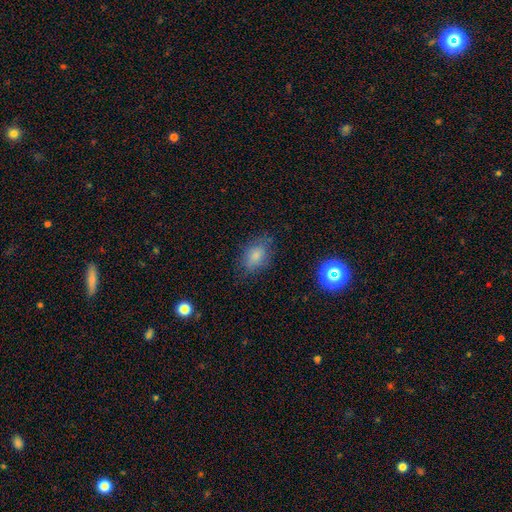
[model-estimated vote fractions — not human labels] The model was most divided on "merging": none: 72%, minor disturbance: 20%, major disturbance: 6%, merger: 2%. More confident: how rounded — in between (79%); smooth or featured — smooth (78%).